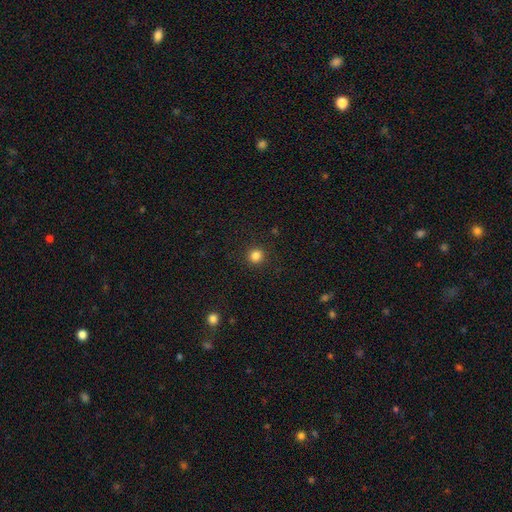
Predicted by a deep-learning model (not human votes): This is clearly a smooth galaxy (83%). How rounded: clearly round (94%). Merging: clearly none (91%).